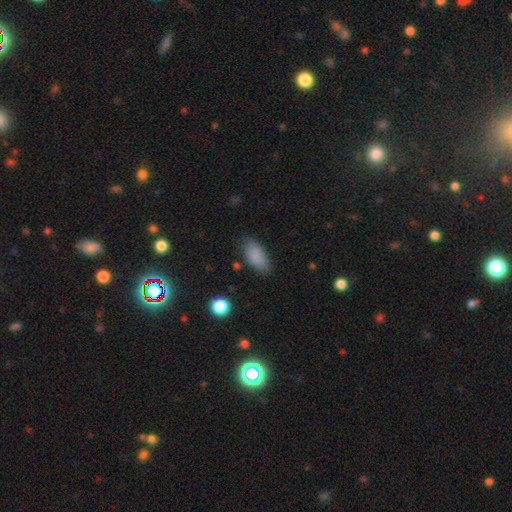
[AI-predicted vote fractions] Smooth or featured?
  - smooth: 86% *
  - star or artifact: 8%
  - featured or disk: 6%
How rounded?
  - in between: 92% *
  - cigar-shaped: 5%
  - round: 3%
Merging?
  - none: 76% *
  - minor disturbance: 18%
  - major disturbance: 4%
  - merger: 2%